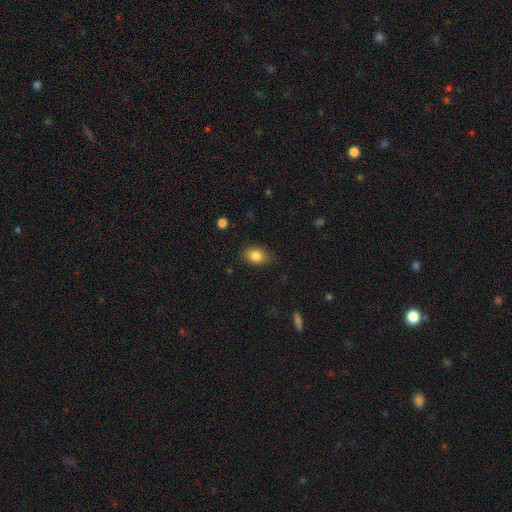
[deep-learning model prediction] smooth_or_featured: smooth (p=0.85) [alt: star or artifact p=0.09]
how_rounded: in between (p=0.74) [alt: round p=0.25]
merging: none (p=0.82) [alt: minor disturbance p=0.14]